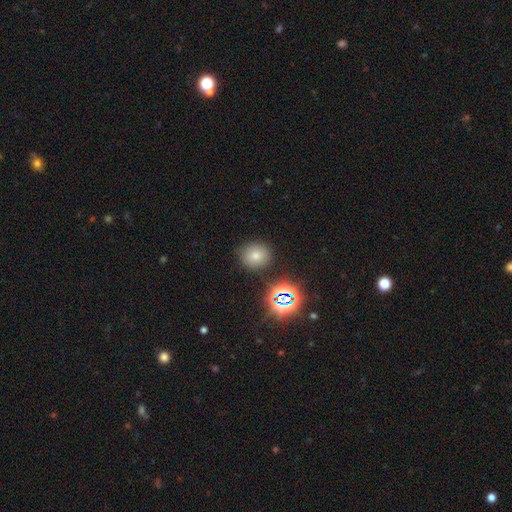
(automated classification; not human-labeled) Smooth or featured? smooth (61%)
How rounded? round (82%)
Merging? none (87%)